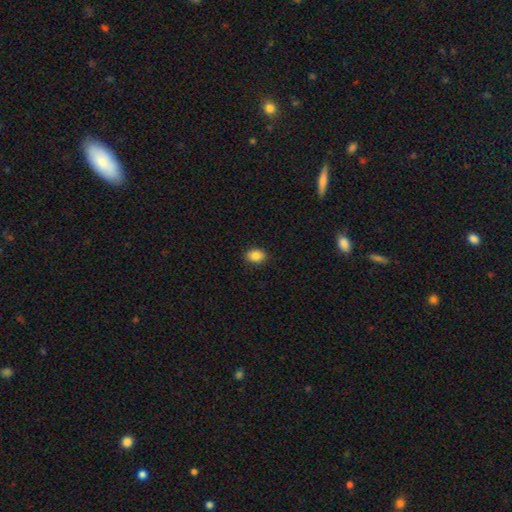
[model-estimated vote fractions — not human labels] smooth-or-featured: smooth: 86% | star or artifact: 9% | featured or disk: 5%
  how-rounded: in between: 69% | round: 29% | cigar-shaped: 1%
  merging: none: 89% | minor disturbance: 9% | major disturbance: 2% | merger: 1%